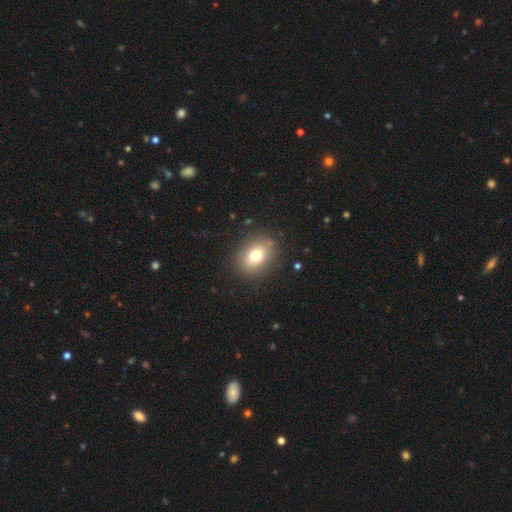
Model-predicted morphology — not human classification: smooth-or-featured: smooth: 76% | featured or disk: 13% | star or artifact: 11%
  how-rounded: in between: 62% | round: 37% | cigar-shaped: 1%
  merging: none: 85% | minor disturbance: 10% | major disturbance: 4% | merger: 1%